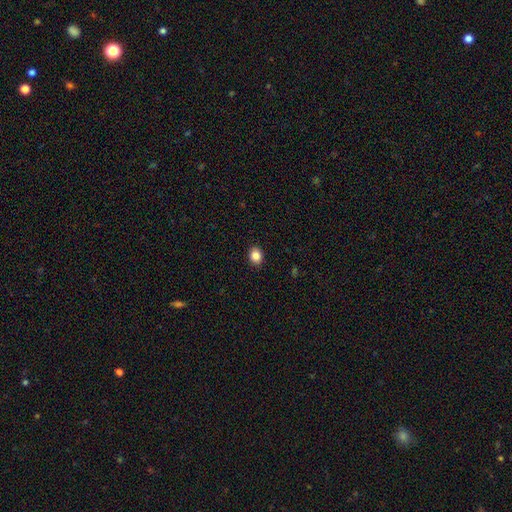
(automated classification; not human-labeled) Morphology: type=smooth (86%); roundness=round (51%); merging=none (91%).